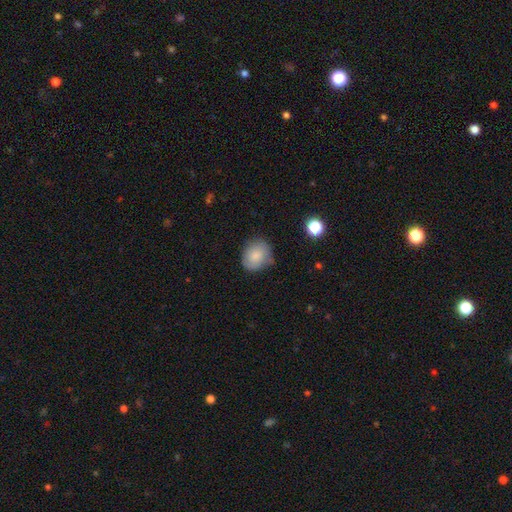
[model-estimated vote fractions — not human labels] Morphology: type=smooth (80%); roundness=round (58%); merging=none (65%).